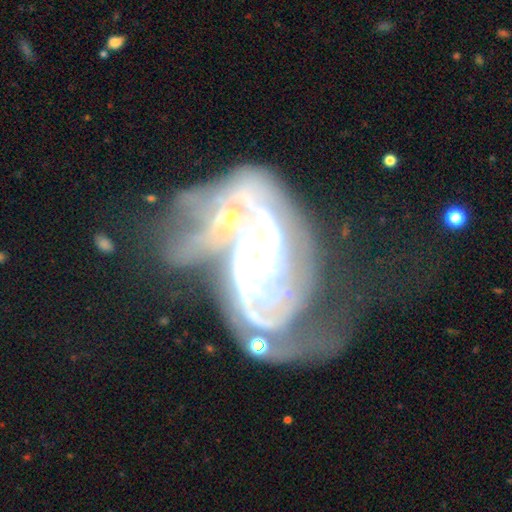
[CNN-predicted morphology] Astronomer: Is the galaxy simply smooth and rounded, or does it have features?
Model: featured or disk — 90%.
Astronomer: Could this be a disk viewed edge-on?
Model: no — 97%.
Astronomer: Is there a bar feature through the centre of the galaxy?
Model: no — 56%.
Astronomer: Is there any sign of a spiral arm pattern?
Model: yes — 97%.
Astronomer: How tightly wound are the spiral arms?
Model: tight — 59%.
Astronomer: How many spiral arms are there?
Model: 2 — 35% (runner-up: 3, 23%).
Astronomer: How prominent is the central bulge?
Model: small — 58%.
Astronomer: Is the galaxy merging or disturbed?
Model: merger — 46% (runner-up: major disturbance, 23%).